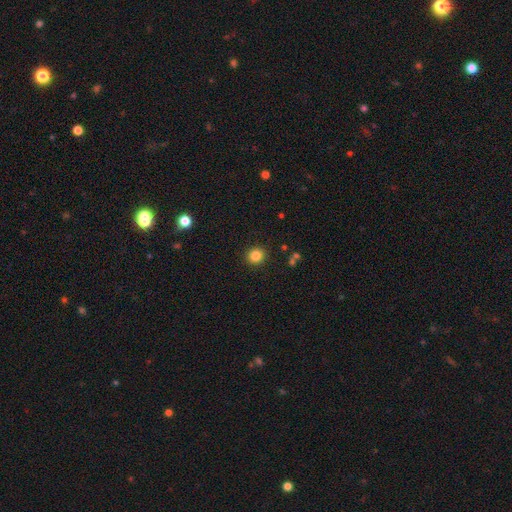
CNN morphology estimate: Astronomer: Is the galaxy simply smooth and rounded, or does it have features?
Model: smooth — 84%.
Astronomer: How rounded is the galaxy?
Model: round — 88%.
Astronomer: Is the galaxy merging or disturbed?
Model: none — 91%.